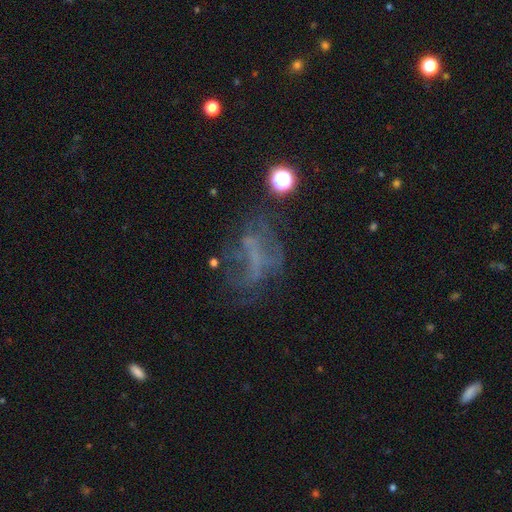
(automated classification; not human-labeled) smooth_or_featured: featured or disk (p=0.49) [alt: star or artifact p=0.28]
merging: none (p=0.44) [alt: major disturbance p=0.32]